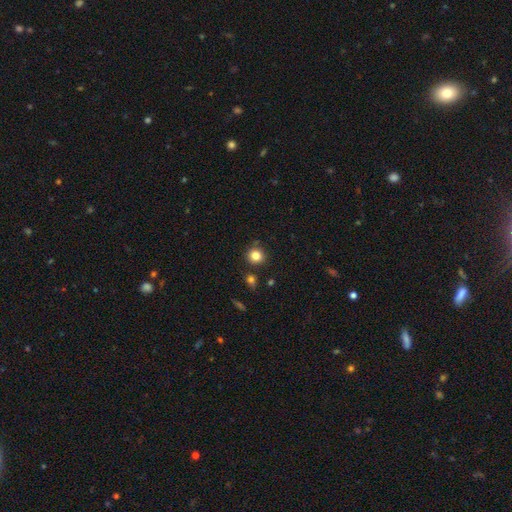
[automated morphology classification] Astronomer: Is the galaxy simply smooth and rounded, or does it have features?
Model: smooth — 82%.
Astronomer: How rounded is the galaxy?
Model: round — 90%.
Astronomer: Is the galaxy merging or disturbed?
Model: none — 86%.